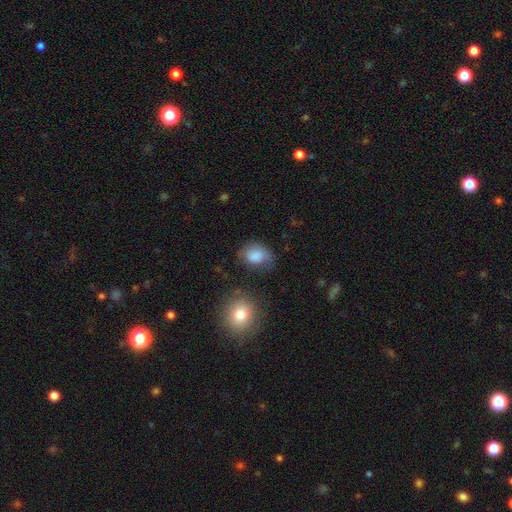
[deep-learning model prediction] smooth 80%, featured or disk 11%, star or artifact 9%. Down the decision tree: how rounded — in between (60%); merging — none (47%).